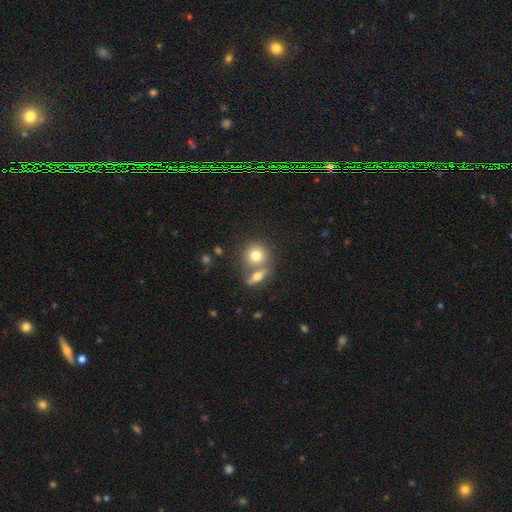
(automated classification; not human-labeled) Smooth or featured?
  - smooth: 76% *
  - featured or disk: 16%
  - star or artifact: 8%
How rounded?
  - round: 79% *
  - in between: 19%
  - cigar-shaped: 2%
Merging?
  - none: 46% *
  - merger: 43%
  - minor disturbance: 8%
  - major disturbance: 3%